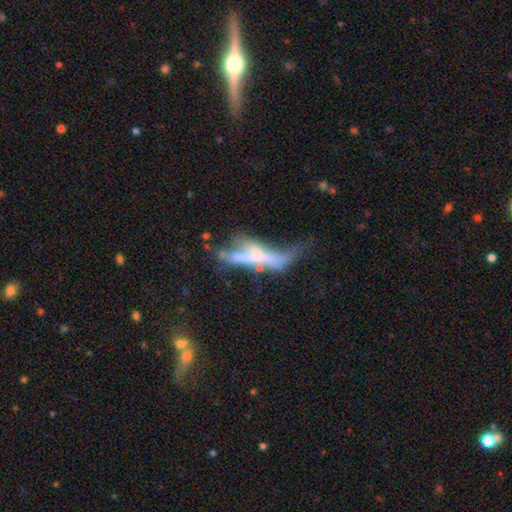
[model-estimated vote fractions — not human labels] Smooth or featured? featured or disk (56%)
Edge-on disk? no (52%)
Merging? major disturbance (36%)